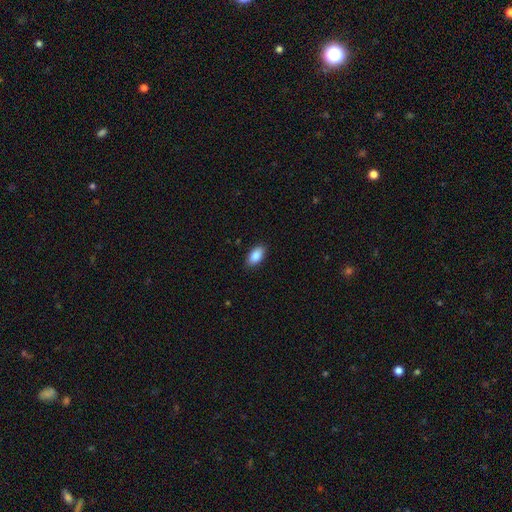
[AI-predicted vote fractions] Q: Smooth or featured?
A: smooth (89%); runner-up: star or artifact (7%)
Q: How rounded?
A: in between (93%); runner-up: round (4%)
Q: Merging?
A: none (88%); runner-up: minor disturbance (9%)